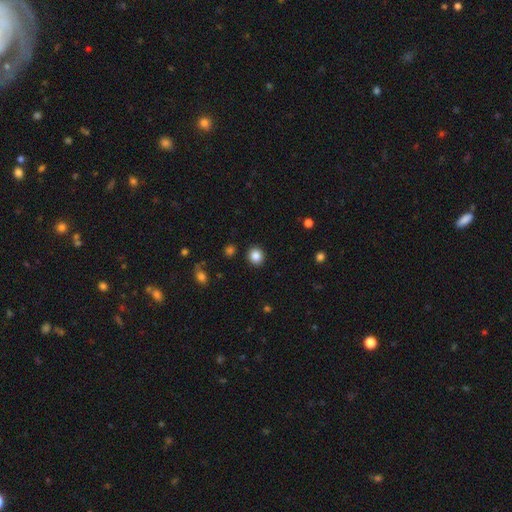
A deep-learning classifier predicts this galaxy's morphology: smooth_or_featured: smooth (p=0.85) [alt: star or artifact p=0.10]
how_rounded: round (p=0.84) [alt: in between p=0.15]
merging: none (p=0.91) [alt: minor disturbance p=0.06]